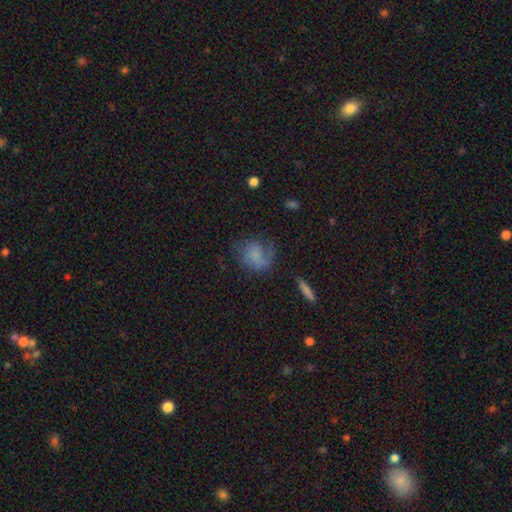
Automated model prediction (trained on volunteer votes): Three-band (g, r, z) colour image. It shows a smooth galaxy with no disk features (54%) that is round (62%). Merging: none (51%).